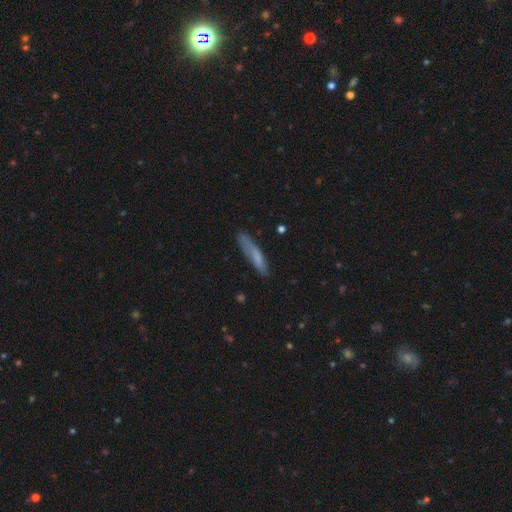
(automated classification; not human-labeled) Smooth or featured? smooth (68%)
How rounded? cigar-shaped (86%)
Merging? none (67%)